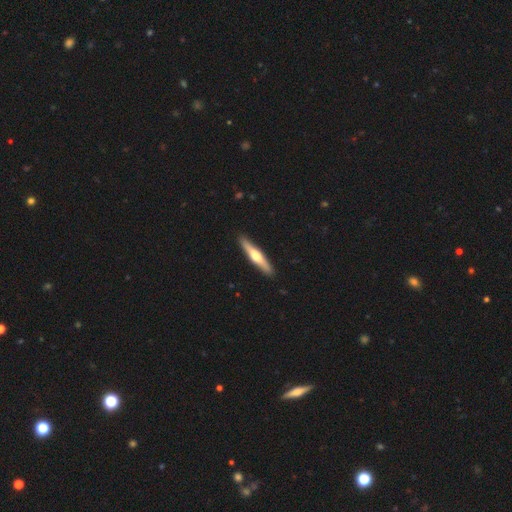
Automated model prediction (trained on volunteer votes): Morphology: type=featured or disk (57%); edge-on=yes (96%); edge-on bulge=rounded (88%); merging=none (91%).